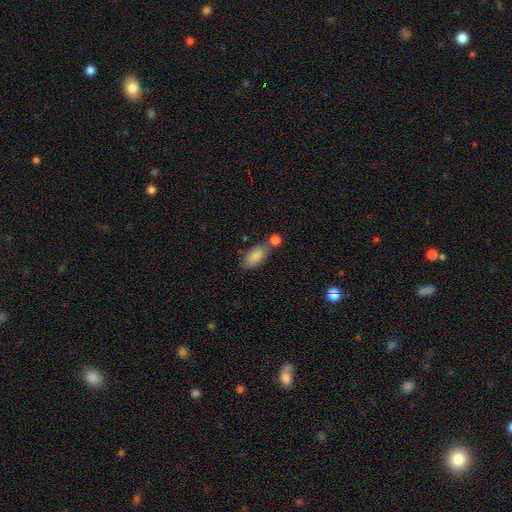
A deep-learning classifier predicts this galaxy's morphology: This appears to be a smooth galaxy with no disk features (85%) that is in between round and cigar-shaped (89%). Merging: none (47%).